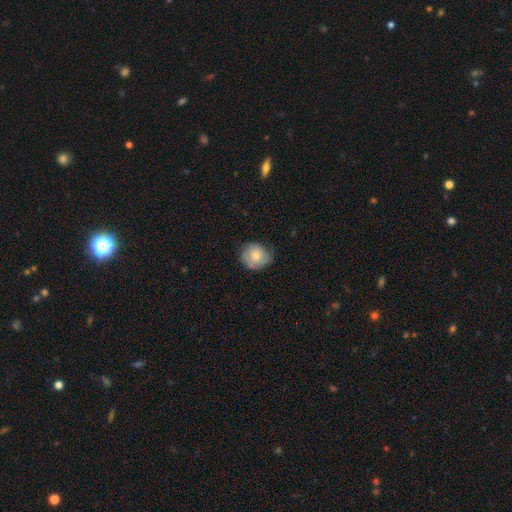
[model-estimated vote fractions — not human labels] Morphology: type=smooth (62%); roundness=round (78%); merging=none (60%).